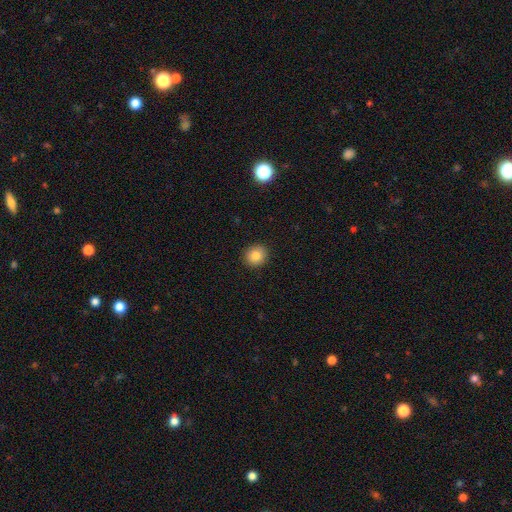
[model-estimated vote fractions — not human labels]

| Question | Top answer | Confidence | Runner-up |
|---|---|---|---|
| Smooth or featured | smooth | 83% | star or artifact (10%) |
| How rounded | round | 89% | in between (10%) |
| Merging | none | 92% | minor disturbance (5%) |